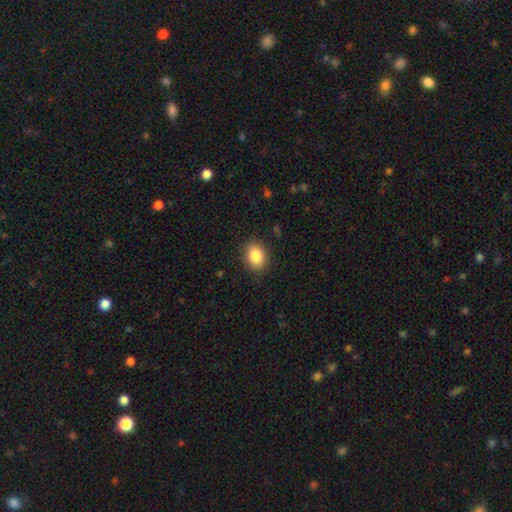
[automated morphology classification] type=smooth (85%); roundness=in between (57%); merging=none (87%).